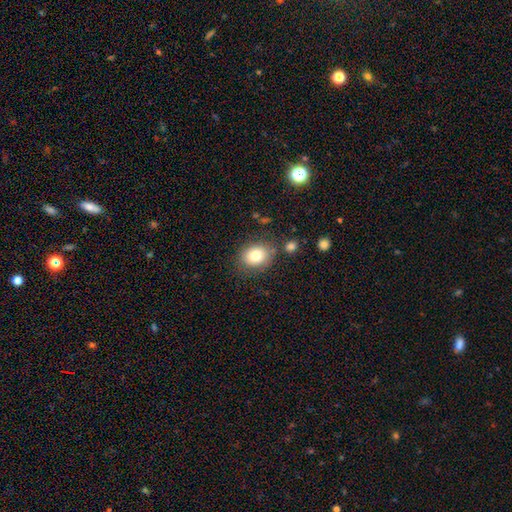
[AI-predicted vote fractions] Overall: smooth (79%). How rounded: round (53%; in between 46%). Merging: none (77%).